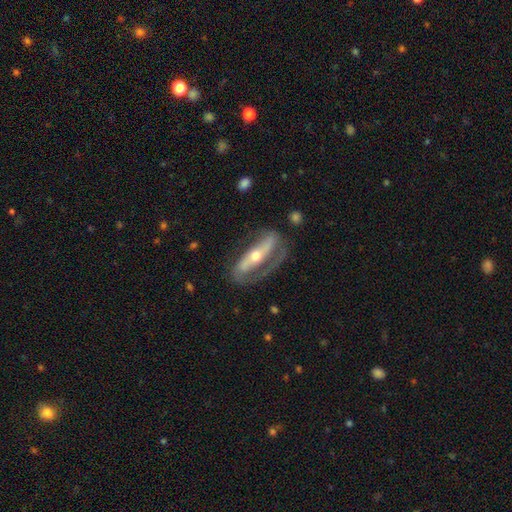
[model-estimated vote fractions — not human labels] This is likely a featured or disk galaxy (78%). It is likely not viewed edge-on (71%). Bar: possibly strong (55%). Spiral arm pattern: likely yes (73%). Central bulge: possibly moderate (56%). Merging: possibly none (56%).